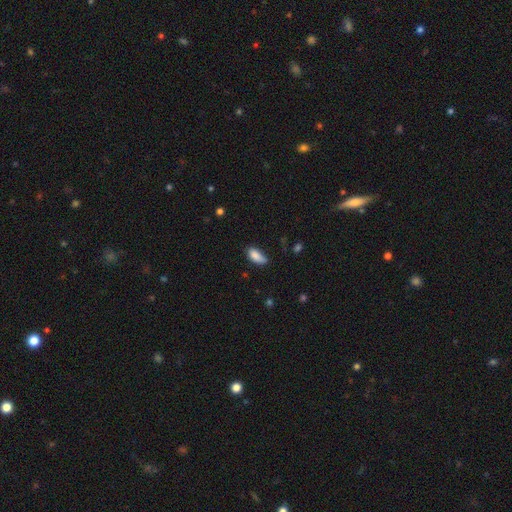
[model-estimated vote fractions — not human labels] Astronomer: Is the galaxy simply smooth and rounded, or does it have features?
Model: smooth — 85%.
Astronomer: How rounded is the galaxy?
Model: in between — 85%.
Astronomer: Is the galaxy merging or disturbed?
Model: none — 58%.